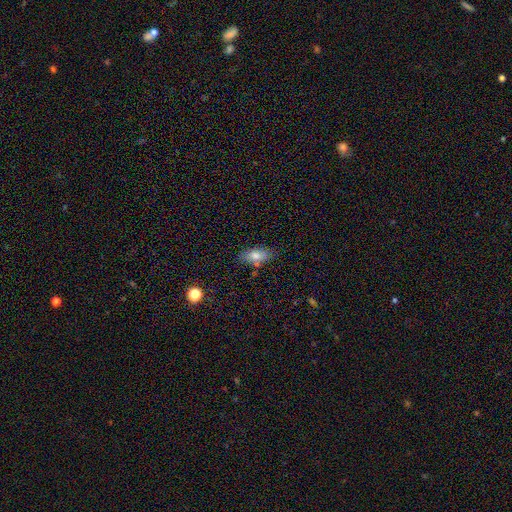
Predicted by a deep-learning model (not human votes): The model was most divided on "smooth or featured": smooth: 75%, featured or disk: 15%, star or artifact: 9%. More confident: how rounded — in between (86%); merging — none (78%).